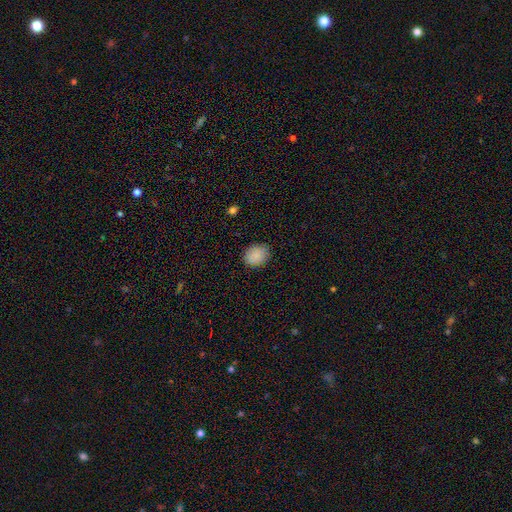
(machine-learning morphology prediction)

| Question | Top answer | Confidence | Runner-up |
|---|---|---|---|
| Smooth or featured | smooth | 87% | star or artifact (8%) |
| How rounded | round | 57% | in between (42%) |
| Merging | none | 86% | minor disturbance (10%) |